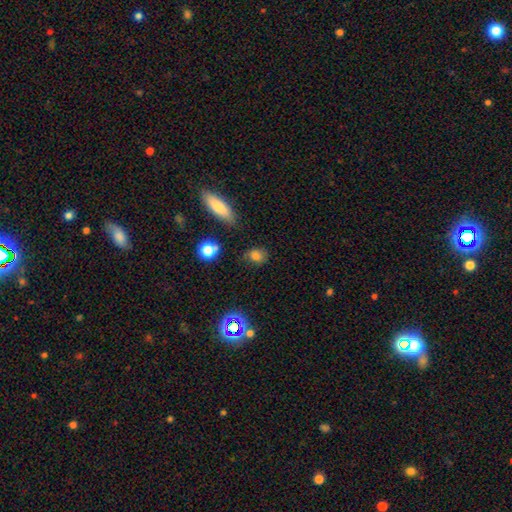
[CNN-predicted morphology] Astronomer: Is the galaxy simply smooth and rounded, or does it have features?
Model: smooth — 78%.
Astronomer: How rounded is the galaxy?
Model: round — 50% (runner-up: in between, 48%).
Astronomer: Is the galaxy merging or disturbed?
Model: none — 75%.